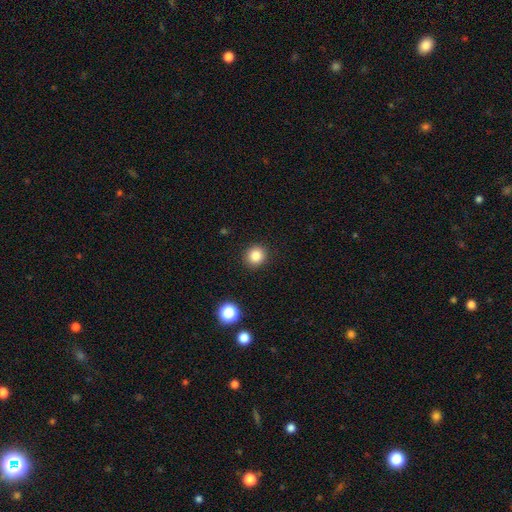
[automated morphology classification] smooth_or_featured: smooth (p=0.84) [alt: star or artifact p=0.11]
how_rounded: round (p=0.89) [alt: in between p=0.10]
merging: none (p=0.91) [alt: minor disturbance p=0.06]